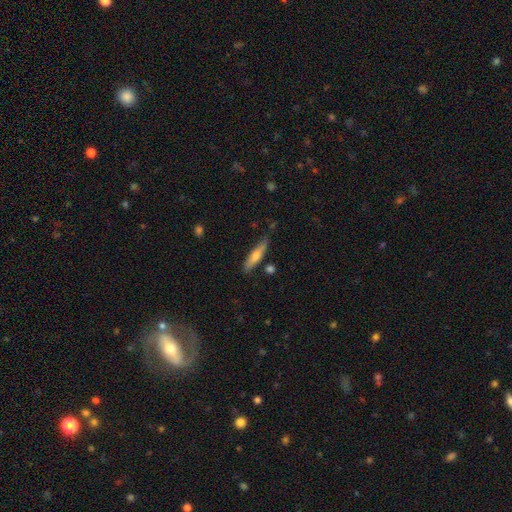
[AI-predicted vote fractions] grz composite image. It shows a smooth galaxy with no disk features (61%) that is cigar-shaped (80%). Merging: none (79%).